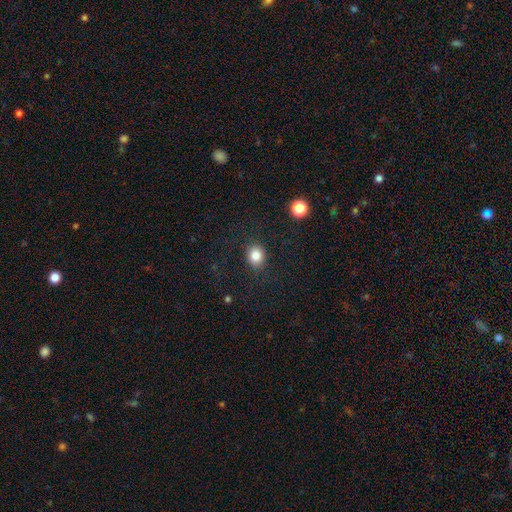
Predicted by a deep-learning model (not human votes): Overall: smooth (84%). How rounded: round (71%). Merging: none (87%).